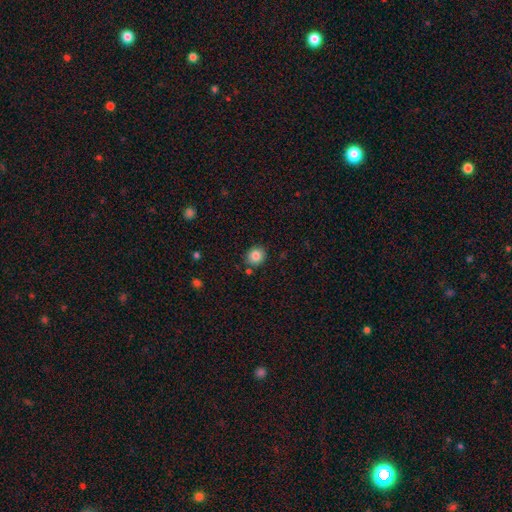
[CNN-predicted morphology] Smooth or featured? Predicted: smooth (p=0.83). How rounded? Predicted: round (p=0.80). Merging? Predicted: none (p=0.83).